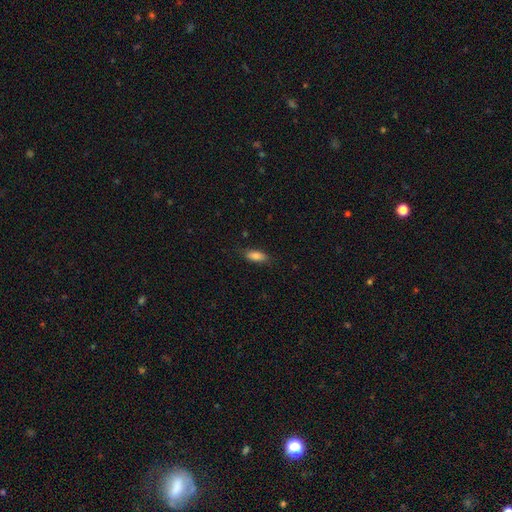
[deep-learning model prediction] Smooth or featured? Predicted: smooth (p=0.84). How rounded? Predicted: in between (p=0.79). Merging? Predicted: none (p=0.79).